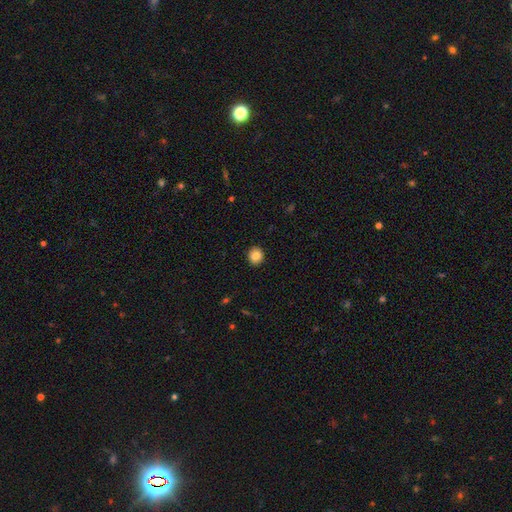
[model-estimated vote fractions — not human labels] Smooth or featured? Predicted: smooth (p=0.84). How rounded? Predicted: round (p=0.81). Merging? Predicted: none (p=0.92).